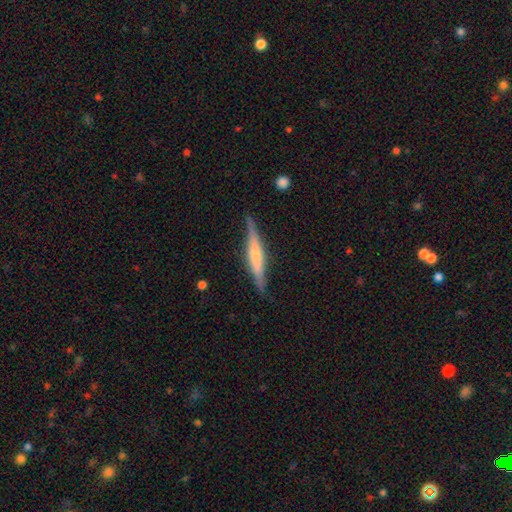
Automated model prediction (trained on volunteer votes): Morphology: type=featured or disk (59%); edge-on=yes (96%); edge-on bulge=rounded (41%); merging=none (83%).